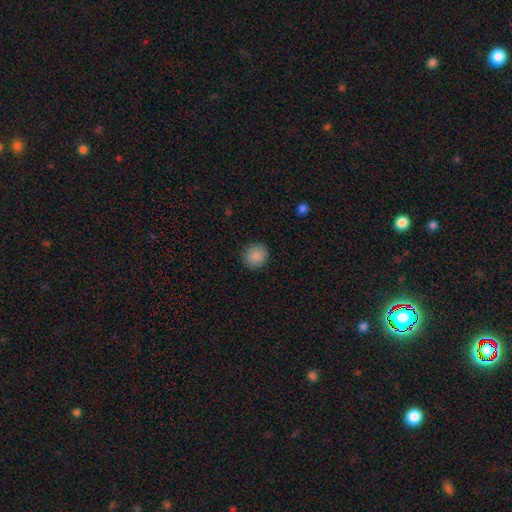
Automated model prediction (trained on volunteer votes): This is clearly a smooth galaxy (88%). How rounded: clearly round (90%). Merging: clearly none (91%).